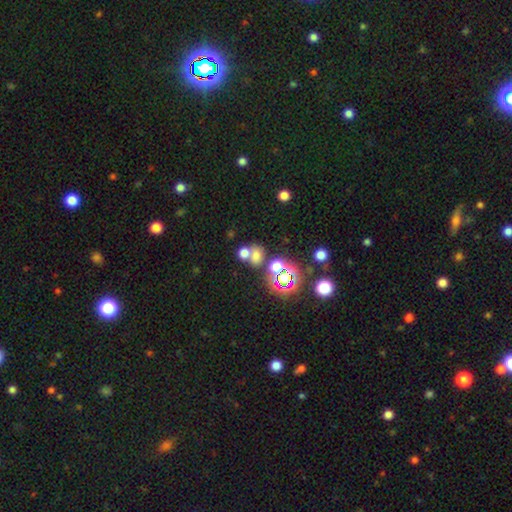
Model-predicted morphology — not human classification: A smooth galaxy with no disk features (60%) that is round (57%). Merging: none (44%).